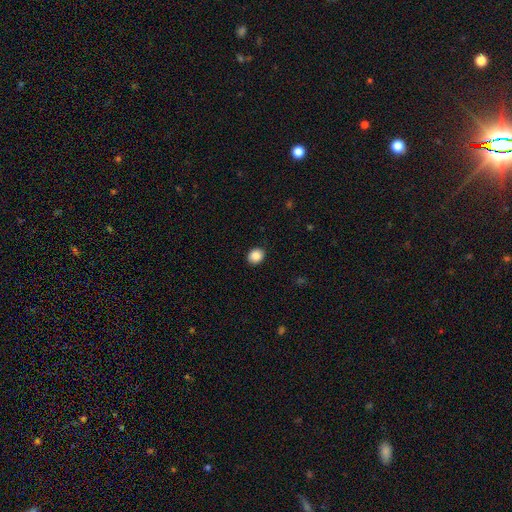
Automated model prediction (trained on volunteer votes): smooth-or-featured: smooth: 88% | star or artifact: 8% | featured or disk: 3%
  how-rounded: round: 59% | in between: 40% | cigar-shaped: 1%
  merging: none: 90% | minor disturbance: 7% | major disturbance: 2% | merger: 1%